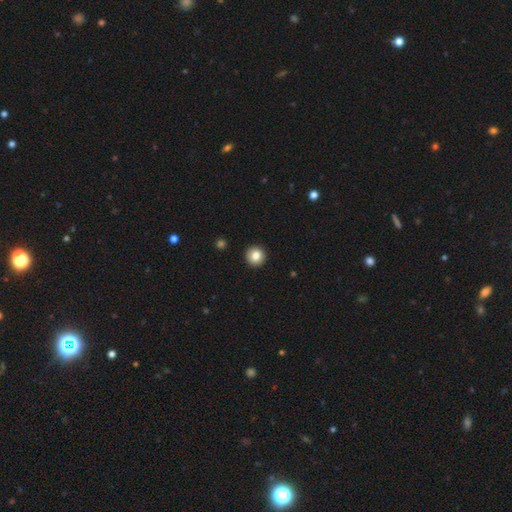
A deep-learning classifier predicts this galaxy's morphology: type=smooth (85%); roundness=round (94%); merging=none (93%).